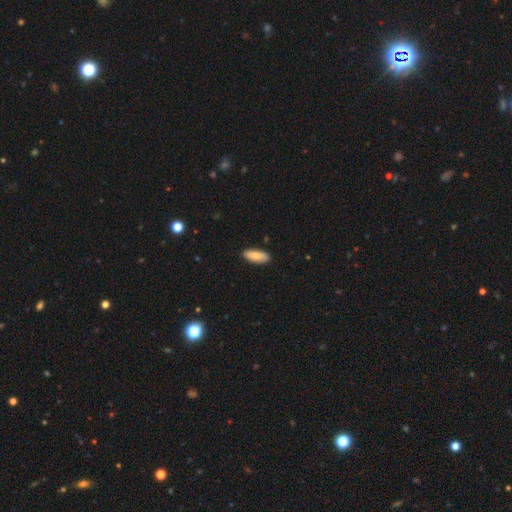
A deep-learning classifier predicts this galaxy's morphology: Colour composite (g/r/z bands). It shows a smooth galaxy with no disk features (74%) that is in between round and cigar-shaped (80%). Merging: none (88%).